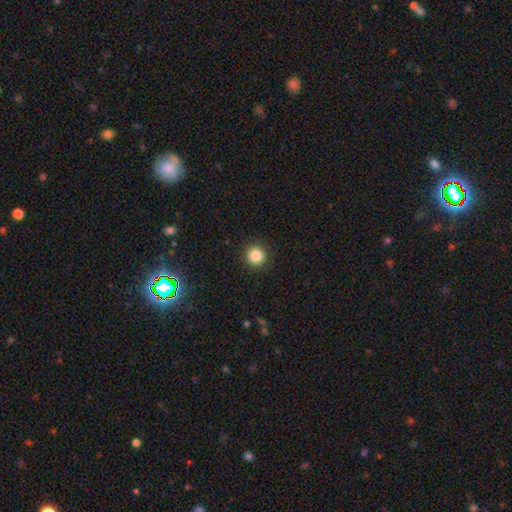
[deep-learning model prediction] Overall: smooth (85%). How rounded: round (95%). Merging: none (92%).